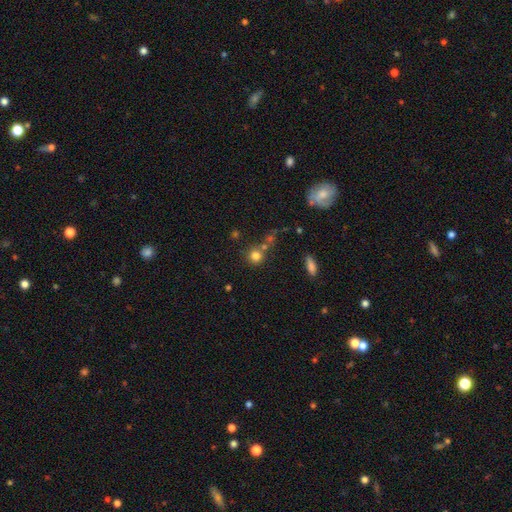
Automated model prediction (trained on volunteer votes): Smooth or featured: smooth — 78% (star or artifact — 14%)
How rounded: round — 89% (in between — 10%)
Merging: none — 63% (merger — 22%)